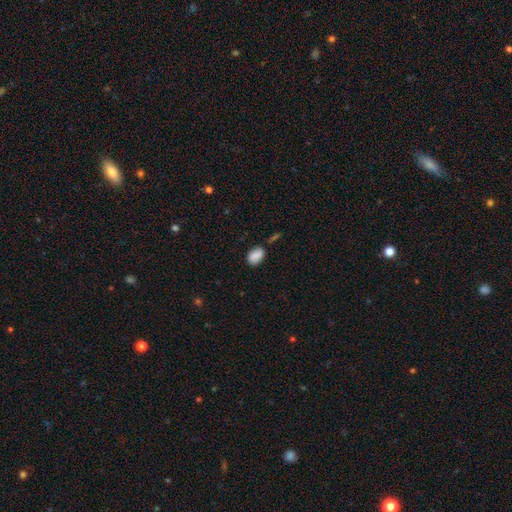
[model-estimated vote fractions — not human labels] Morphology: type=smooth (86%); roundness=in between (82%); merging=none (68%).